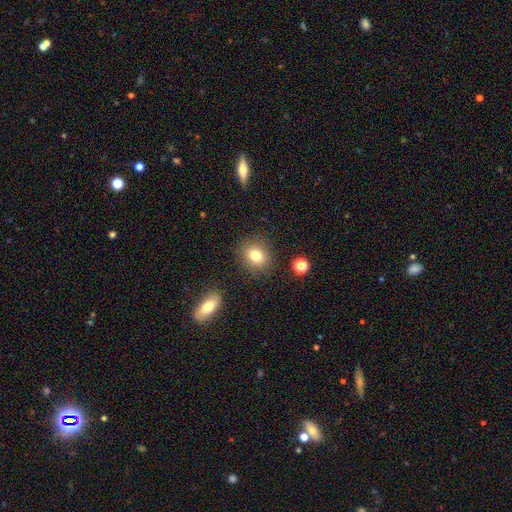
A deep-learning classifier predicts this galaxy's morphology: smooth_or_featured: smooth (p=0.79) [alt: star or artifact p=0.12]
how_rounded: round (p=0.69) [alt: in between p=0.30]
merging: none (p=0.85) [alt: minor disturbance p=0.09]